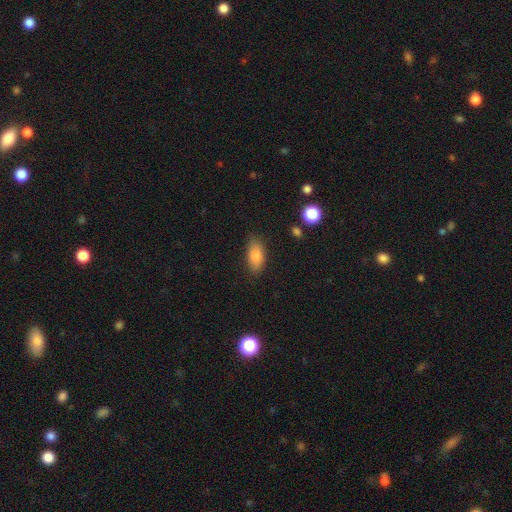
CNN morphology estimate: smooth-or-featured: smooth: 83% | featured or disk: 9% | star or artifact: 8%
  how-rounded: in between: 87% | cigar-shaped: 9% | round: 4%
  merging: none: 81% | minor disturbance: 15% | major disturbance: 3% | merger: 1%